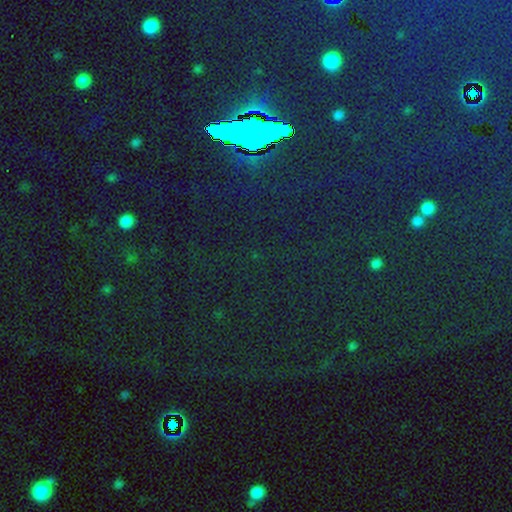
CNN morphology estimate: star or artifact 83%, smooth 9%, featured or disk 8%.